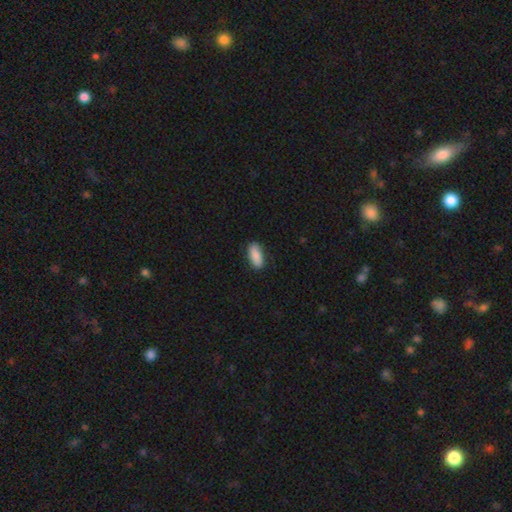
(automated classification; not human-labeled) Morphology: type=smooth (87%); roundness=in between (85%); merging=none (82%).